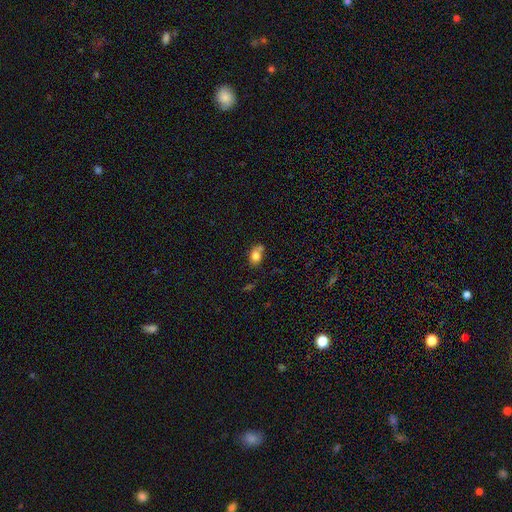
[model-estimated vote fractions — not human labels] A smooth galaxy with no disk features (78%) that is in between round and cigar-shaped (76%). Merging: none (50%).